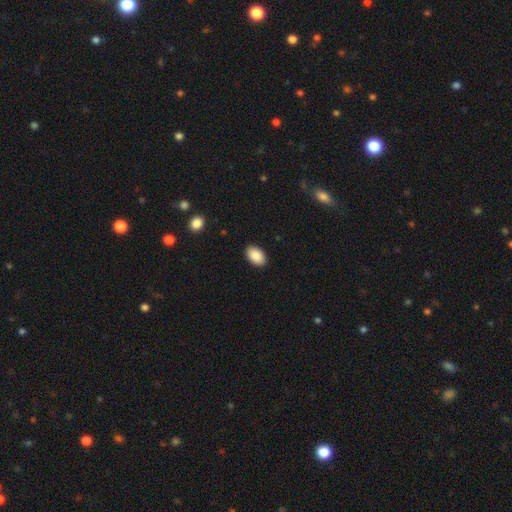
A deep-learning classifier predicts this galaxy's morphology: The model was most divided on "merging": none: 90%, minor disturbance: 7%, major disturbance: 2%, merger: 1%. More confident: how rounded — in between (92%); smooth or featured — smooth (90%).